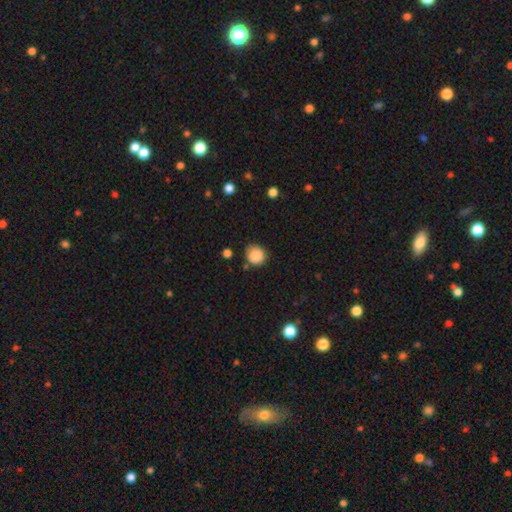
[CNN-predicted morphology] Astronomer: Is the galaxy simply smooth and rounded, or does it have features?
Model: smooth — 86%.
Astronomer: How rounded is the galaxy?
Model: round — 86%.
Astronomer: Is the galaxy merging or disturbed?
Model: none — 80%.